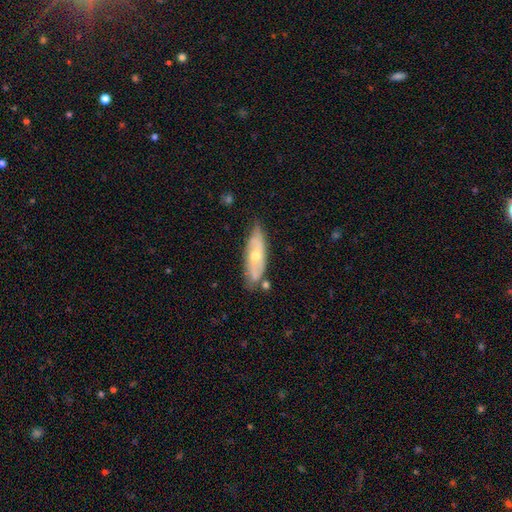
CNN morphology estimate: smooth-or-featured: featured or disk: 61% | smooth: 32% | star or artifact: 6%
  disk-edge-on: no: 71% | yes: 29%
  merging: none: 71% | minor disturbance: 20% | merger: 5% | major disturbance: 4%